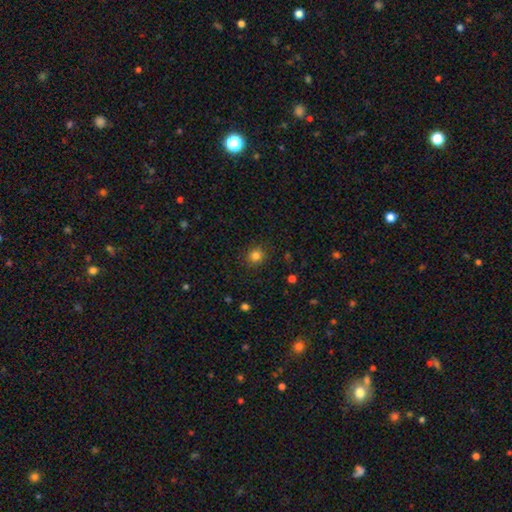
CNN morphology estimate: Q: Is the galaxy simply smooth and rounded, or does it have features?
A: smooth — 82%.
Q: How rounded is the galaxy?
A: round — 85%.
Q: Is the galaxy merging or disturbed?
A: none — 89%.